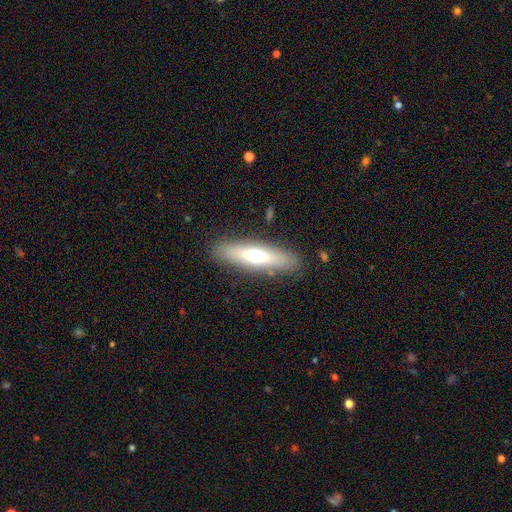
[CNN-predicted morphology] Smooth or featured? smooth (56%)
How rounded? cigar-shaped (69%)
Merging? none (87%)